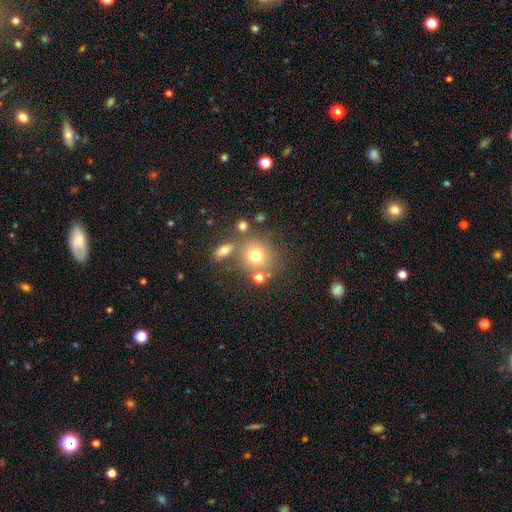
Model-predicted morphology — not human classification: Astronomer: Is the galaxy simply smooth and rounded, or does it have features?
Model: smooth — 71%.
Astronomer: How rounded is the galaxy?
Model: round — 84%.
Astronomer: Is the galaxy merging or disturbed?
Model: none — 66%.